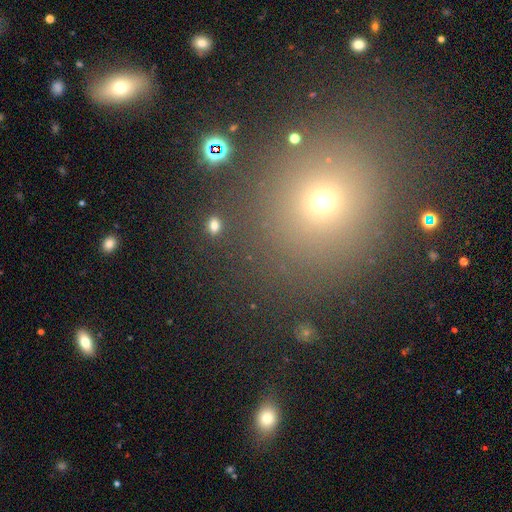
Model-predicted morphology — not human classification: A smooth galaxy with no disk features (60%) that is round (81%).

Vote fractions:
- Smooth or featured? smooth: 60% / star or artifact: 31% / featured or disk: 10%
- How rounded? round: 81% / in between: 17% / cigar-shaped: 1%
- Merging? none: 85% / minor disturbance: 8% / major disturbance: 4% / merger: 3%